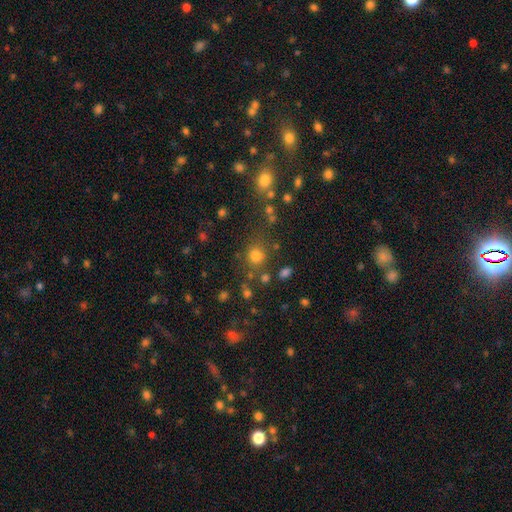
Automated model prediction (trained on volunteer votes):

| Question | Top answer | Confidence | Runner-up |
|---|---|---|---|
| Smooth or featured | smooth | 73% | star or artifact (20%) |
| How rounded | round | 82% | in between (17%) |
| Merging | none | 73% | minor disturbance (12%) |